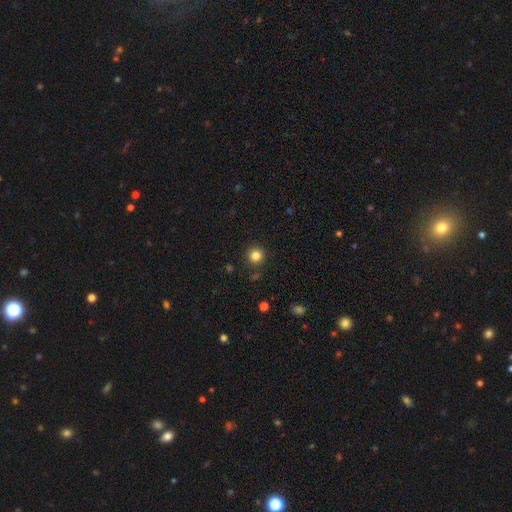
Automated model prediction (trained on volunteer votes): Smooth or featured: smooth — 83% (star or artifact — 13%)
How rounded: round — 95% (in between — 4%)
Merging: none — 90% (minor disturbance — 6%)